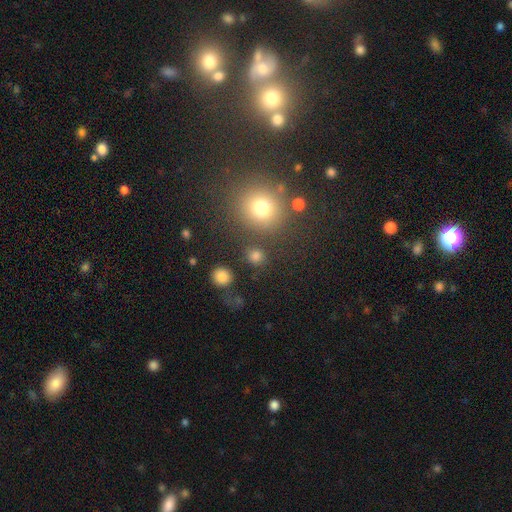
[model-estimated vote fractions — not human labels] The model was most divided on "smooth or featured": smooth: 77%, star or artifact: 17%, featured or disk: 6%. More confident: how rounded — round (82%); merging — none (80%).